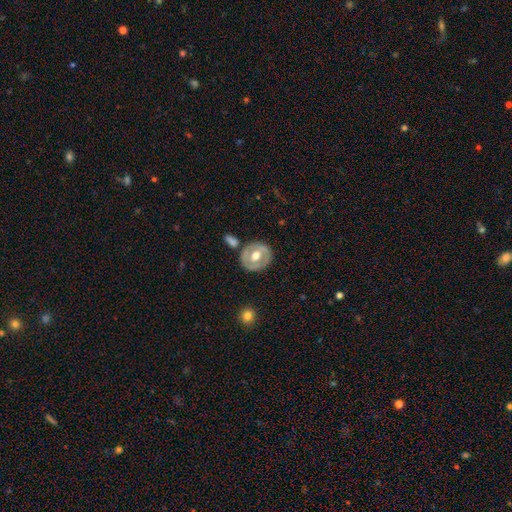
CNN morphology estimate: This appears to be a featured or disk galaxy (57%) with no bar (55%), no spiral arms (72%) and a moderate central bulge (74%). Merging: none (76%).